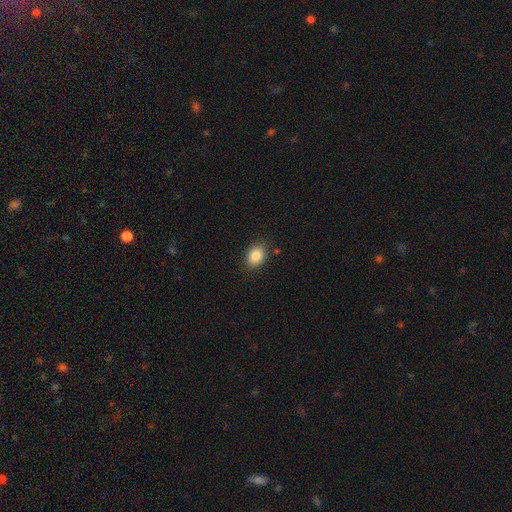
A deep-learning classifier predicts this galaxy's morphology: A smooth galaxy with no disk features (87%) that is in between round and cigar-shaped (64%). Merging: none (84%).